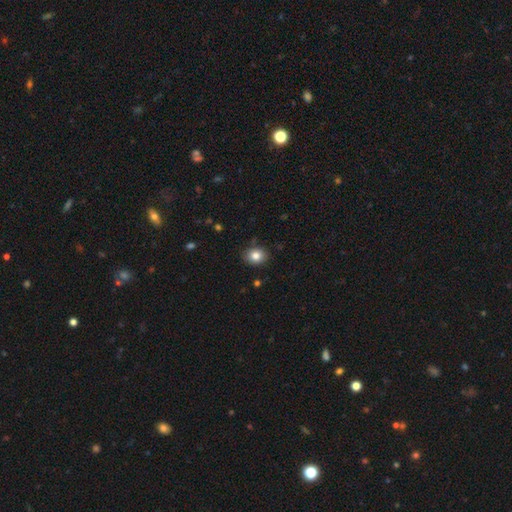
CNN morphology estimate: smooth_or_featured: smooth (p=0.83) [alt: star or artifact p=0.10]
how_rounded: round (p=0.63) [alt: in between p=0.36]
merging: none (p=0.88) [alt: minor disturbance p=0.09]